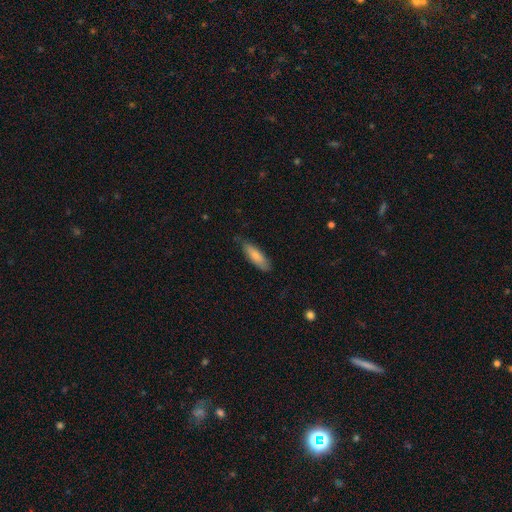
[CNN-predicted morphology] This is clearly a smooth galaxy (80%). How rounded: possibly in between (49%, tied with cigar-shaped). Merging: likely none (76%).